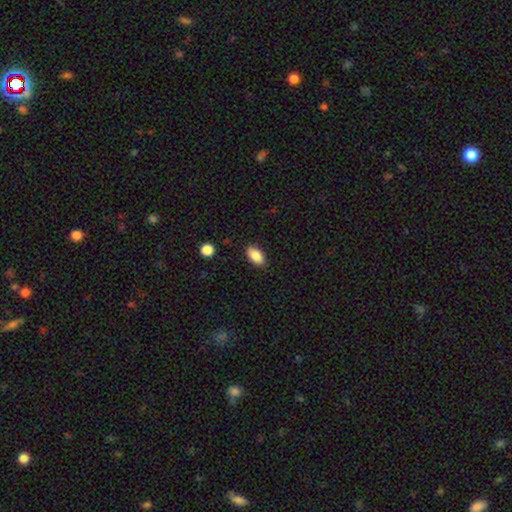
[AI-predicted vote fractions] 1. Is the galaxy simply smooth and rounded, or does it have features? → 87% smooth, 8% star or artifact, 5% featured or disk.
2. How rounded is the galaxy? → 92% in between, 5% round, 3% cigar-shaped.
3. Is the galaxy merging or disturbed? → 86% none, 10% minor disturbance, 2% major disturbance, 1% merger.